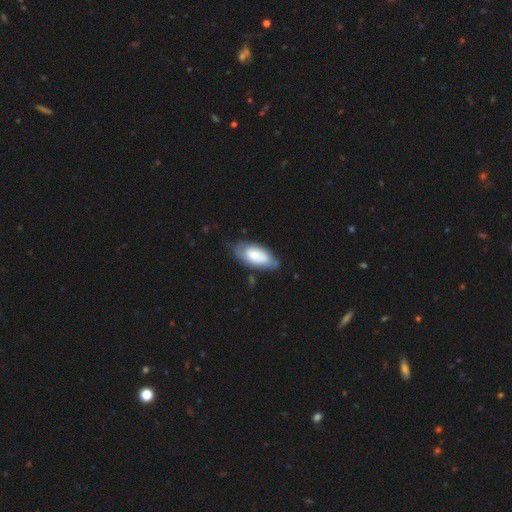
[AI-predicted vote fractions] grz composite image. It shows a smooth galaxy with no disk features (57%) that is in between round and cigar-shaped (91%). Merging: none (62%).